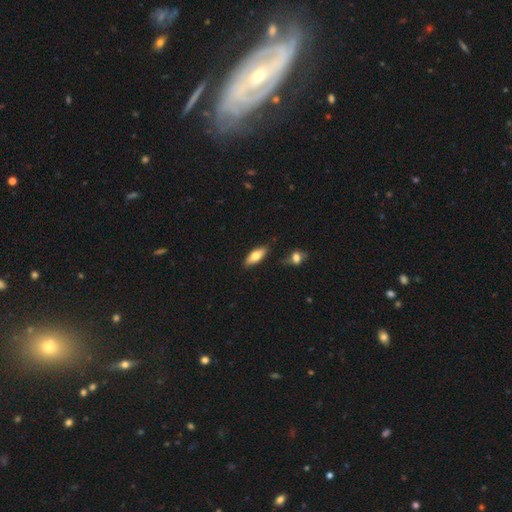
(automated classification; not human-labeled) Smooth or featured: smooth — 68% (featured or disk — 26%)
How rounded: in between — 69% (cigar-shaped — 28%)
Merging: none — 82% (minor disturbance — 12%)